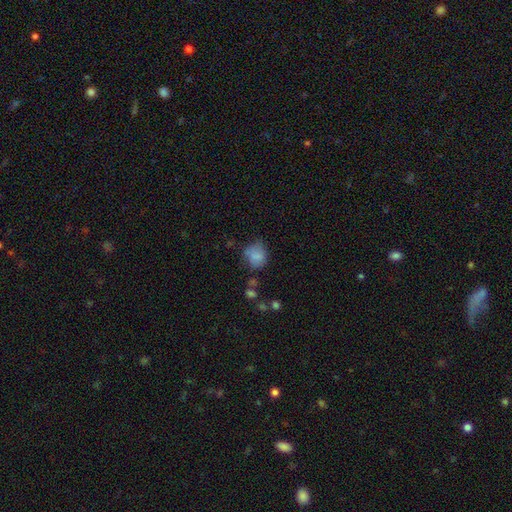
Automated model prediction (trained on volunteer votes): Smooth or featured?
  - smooth: 76% *
  - featured or disk: 13%
  - star or artifact: 11%
How rounded?
  - round: 64% *
  - in between: 35%
  - cigar-shaped: 1%
Merging?
  - none: 51% *
  - minor disturbance: 28%
  - major disturbance: 13%
  - merger: 7%